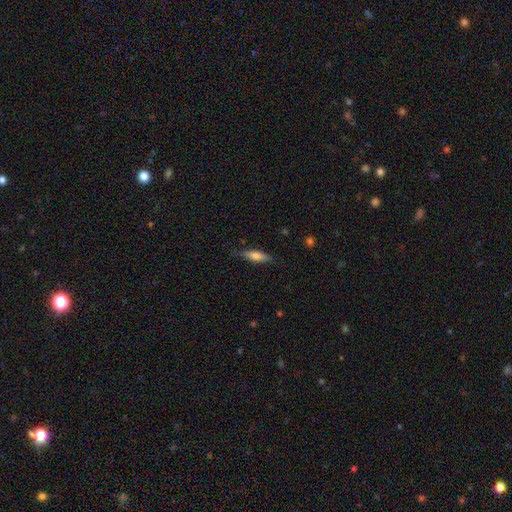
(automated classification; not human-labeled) Q: Smooth or featured?
A: smooth (63%); runner-up: featured or disk (31%)
Q: How rounded?
A: cigar-shaped (64%); runner-up: in between (34%)
Q: Merging?
A: none (78%); runner-up: minor disturbance (17%)